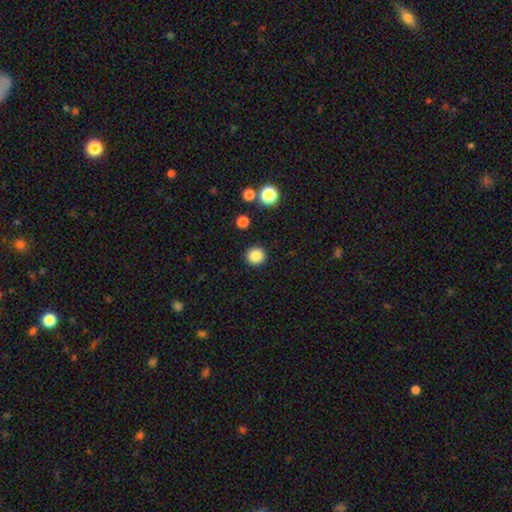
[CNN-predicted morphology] type=smooth (85%); roundness=round (94%); merging=none (92%).